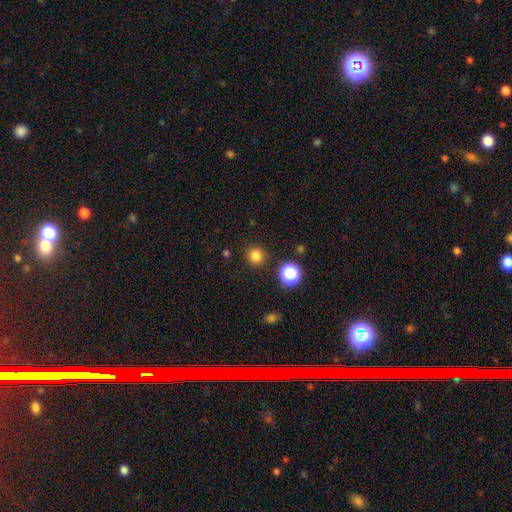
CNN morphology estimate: smooth 81%, star or artifact 15%, featured or disk 4%. Down the decision tree: how rounded — round (93%); merging — none (90%).